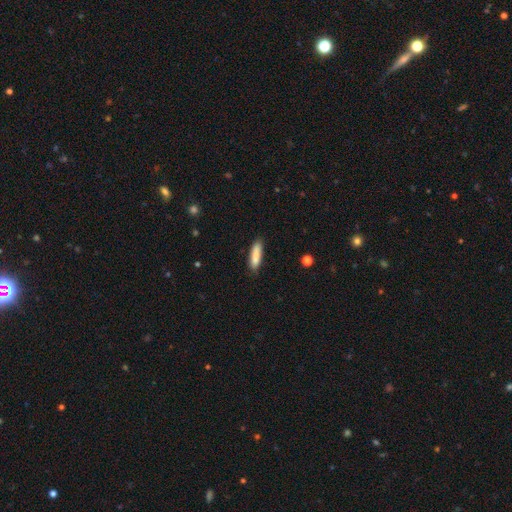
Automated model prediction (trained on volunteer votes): A smooth galaxy with no disk features (86%) that is cigar-shaped (73%).

Vote fractions:
- Smooth or featured? smooth: 86% / featured or disk: 7% / star or artifact: 7%
- How rounded? cigar-shaped: 73% / in between: 26% / round: 1%
- Merging? none: 82% / minor disturbance: 14% / major disturbance: 2% / merger: 2%